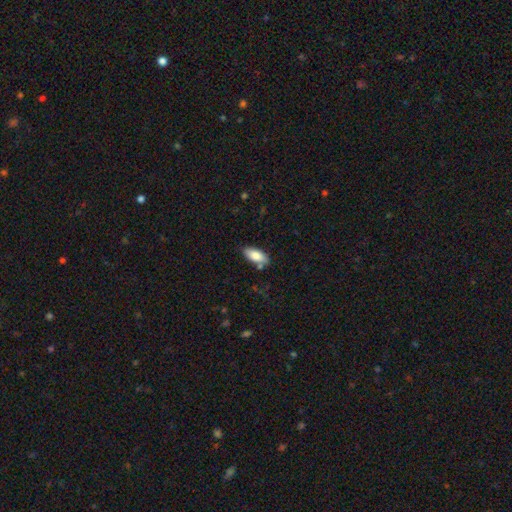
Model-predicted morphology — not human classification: Smooth or featured? Predicted: smooth (p=0.83). How rounded? Predicted: in between (p=0.85). Merging? Predicted: none (p=0.77).